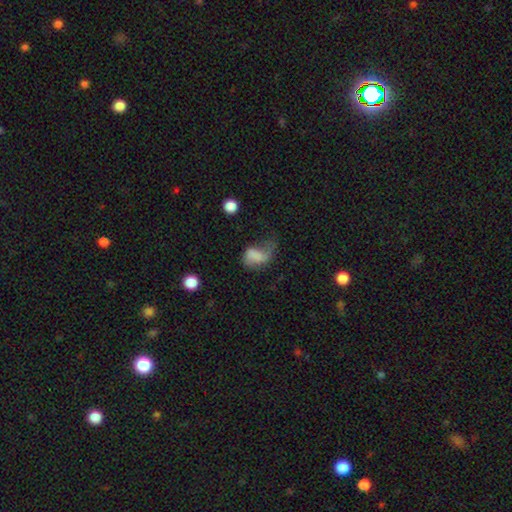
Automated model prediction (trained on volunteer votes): The model was most divided on "smooth or featured": smooth: 55%, featured or disk: 34%, star or artifact: 11%. Remaining: how rounded — in between (79%); merging — major disturbance (48%).